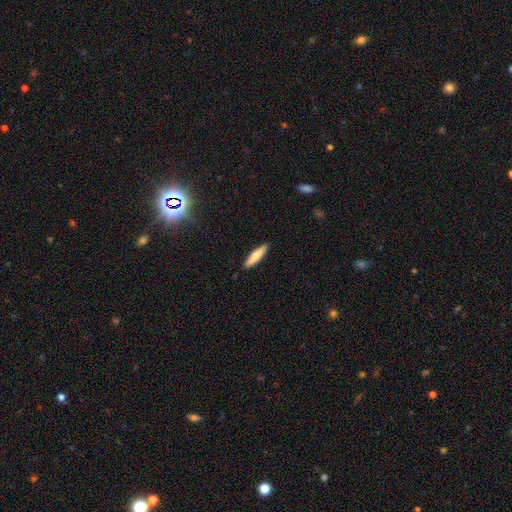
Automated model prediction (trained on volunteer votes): smooth 77%, featured or disk 17%, star or artifact 6%. Down the decision tree: how rounded — cigar-shaped (83%); merging — none (90%).